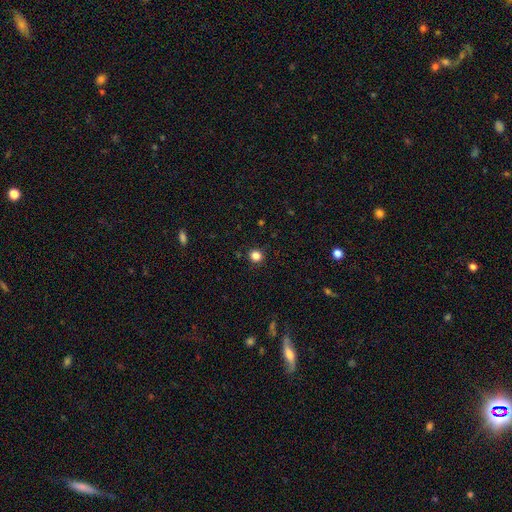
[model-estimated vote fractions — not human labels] The model was most divided on "smooth or featured": smooth: 84%, star or artifact: 13%, featured or disk: 3%. More confident: merging — none (90%); how rounded — round (90%).